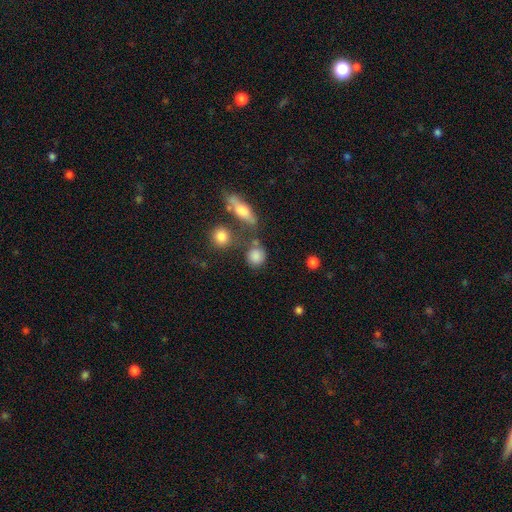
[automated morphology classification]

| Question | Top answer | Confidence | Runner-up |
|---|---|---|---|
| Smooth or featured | smooth | 82% | star or artifact (10%) |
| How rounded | round | 77% | in between (20%) |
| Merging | none | 60% | merger (17%) |